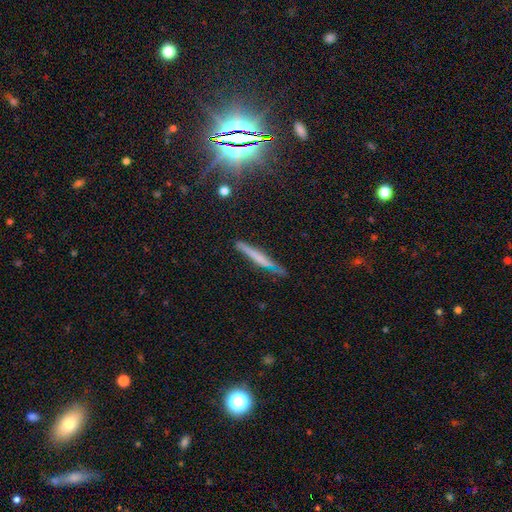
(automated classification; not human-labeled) The model was most divided on "smooth or featured": smooth: 47%, featured or disk: 43%, star or artifact: 10%. More confident: merging — none (73%).